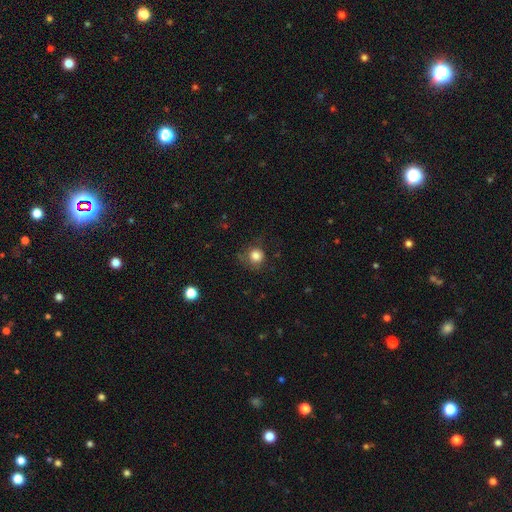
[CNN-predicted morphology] type=smooth (81%); roundness=round (88%); merging=none (62%).